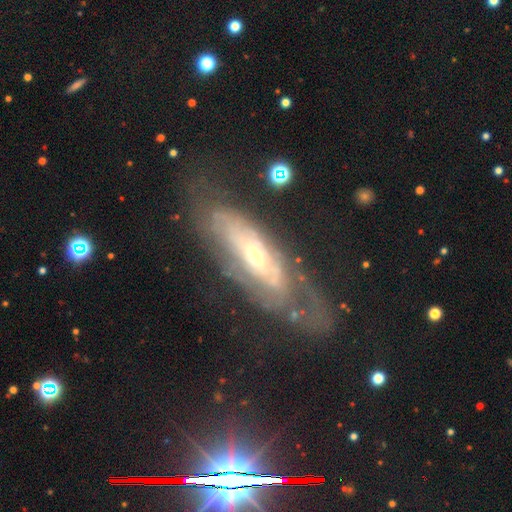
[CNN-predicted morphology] type=featured or disk (77%); edge-on=no (76%); bar=no (63%); spiral arms=yes (69%); bulge=moderate (52%); merging=none (59%).